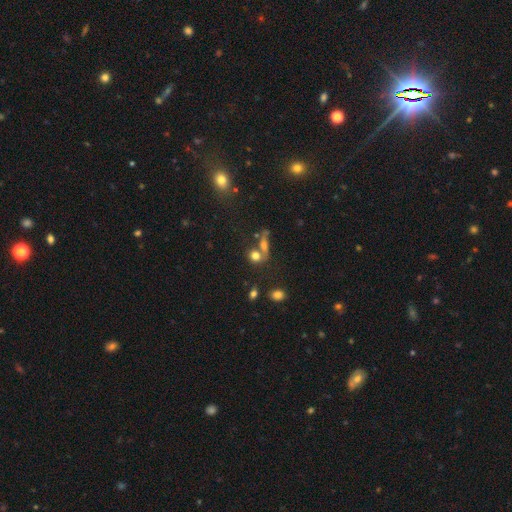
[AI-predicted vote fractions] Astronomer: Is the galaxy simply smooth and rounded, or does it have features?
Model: smooth — 71%.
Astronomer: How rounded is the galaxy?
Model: round — 66%.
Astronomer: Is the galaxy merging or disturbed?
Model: none — 42% (runner-up: merger, 38%).